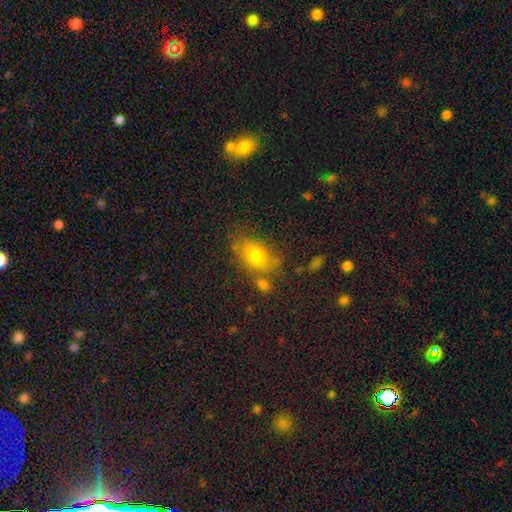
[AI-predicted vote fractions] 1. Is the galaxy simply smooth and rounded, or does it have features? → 74% smooth, 15% featured or disk, 11% star or artifact.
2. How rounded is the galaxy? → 82% in between, 15% round, 3% cigar-shaped.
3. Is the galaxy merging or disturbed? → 63% none, 18% minor disturbance, 12% merger, 7% major disturbance.